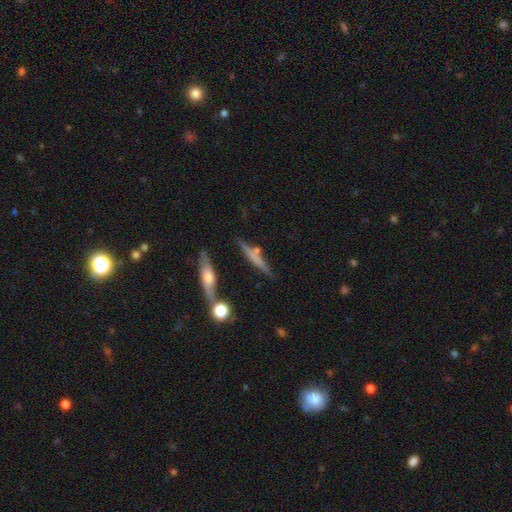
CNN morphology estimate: A featured or disk galaxy (53%) viewed edge-on (91%).

Vote fractions:
- Smooth or featured? featured or disk: 53% / smooth: 36% / star or artifact: 11%
- Edge-on disk? yes: 91% / no: 9%
- Merging? none: 71% / minor disturbance: 14% / merger: 10% / major disturbance: 5%